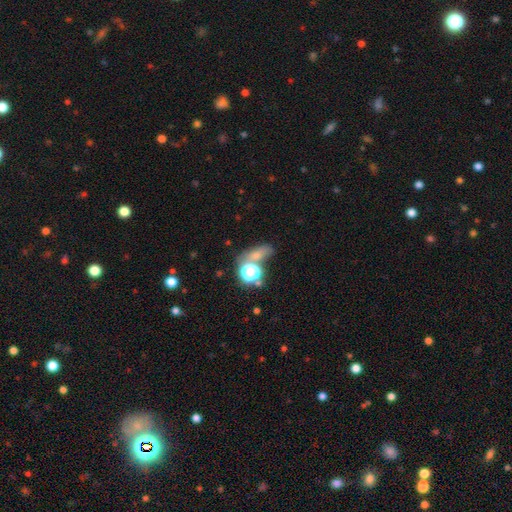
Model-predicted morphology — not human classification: This is possibly a smooth galaxy (57%). How rounded: possibly in between (50%). Merging: possibly none (52%).